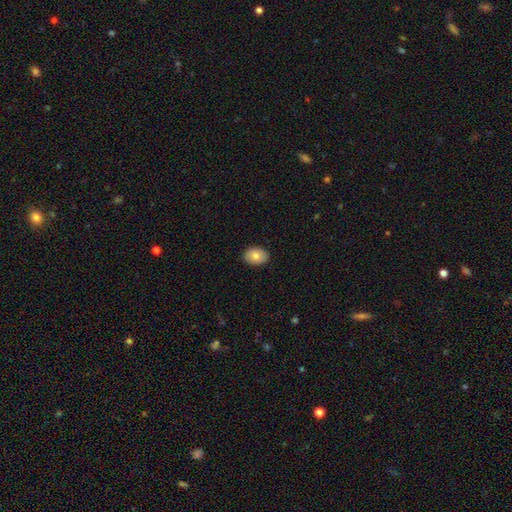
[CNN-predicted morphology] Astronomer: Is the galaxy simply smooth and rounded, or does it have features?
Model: smooth — 79%.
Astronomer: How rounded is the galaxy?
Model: in between — 79%.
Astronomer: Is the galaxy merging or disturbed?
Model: none — 88%.